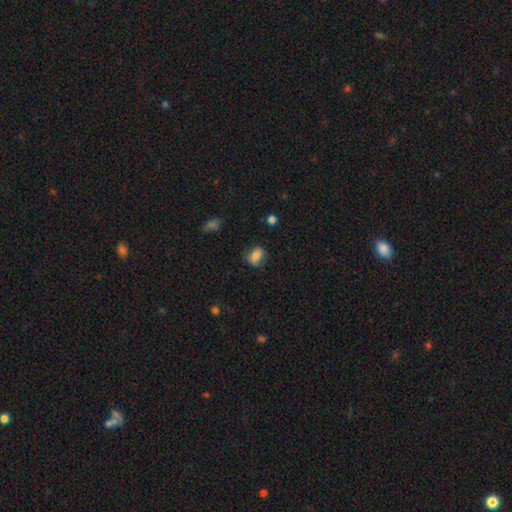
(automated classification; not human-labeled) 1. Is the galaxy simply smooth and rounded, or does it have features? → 76% smooth, 15% featured or disk, 10% star or artifact.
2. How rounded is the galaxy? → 67% in between, 30% round, 3% cigar-shaped.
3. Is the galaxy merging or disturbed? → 66% none, 24% minor disturbance, 8% major disturbance, 2% merger.